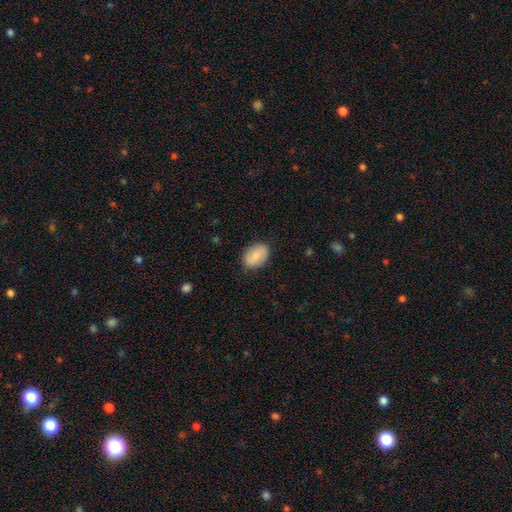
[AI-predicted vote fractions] The model was most divided on "how rounded": in between: 82%, round: 16%, cigar-shaped: 1%. More confident: merging — none (85%); smooth or featured — smooth (83%).